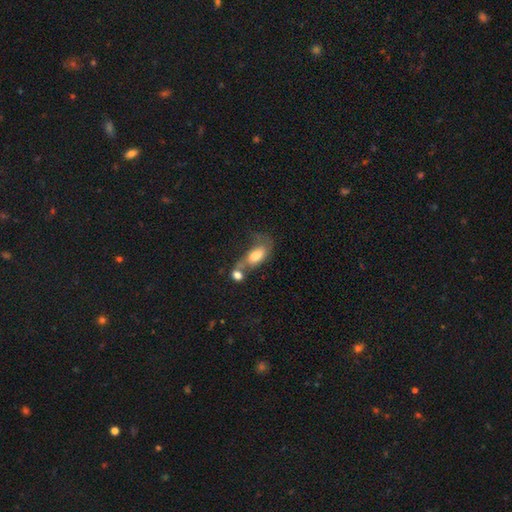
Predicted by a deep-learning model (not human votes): smooth_or_featured: smooth (p=0.69) [alt: featured or disk p=0.23]
how_rounded: in between (p=0.86) [alt: round p=0.07]
merging: merger (p=0.41) [alt: none p=0.24]